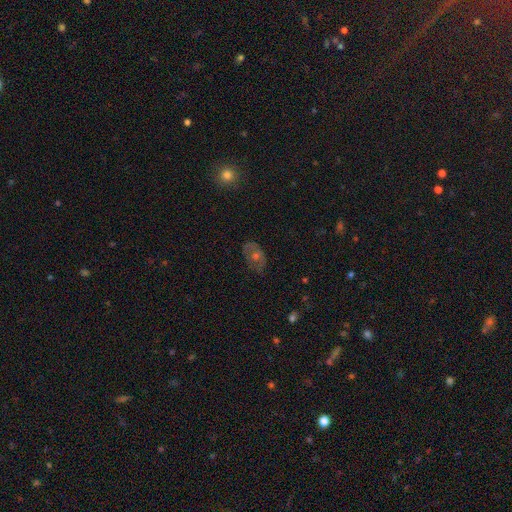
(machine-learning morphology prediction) Smooth or featured: featured or disk — 49% (smooth — 34%)
Merging: none — 75% (minor disturbance — 17%)